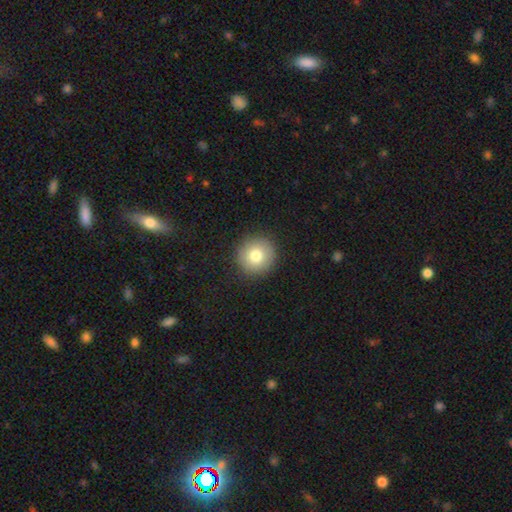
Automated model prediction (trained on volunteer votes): A smooth galaxy with no disk features (79%) that is round (95%).

Vote fractions:
- Smooth or featured? smooth: 79% / featured or disk: 11% / star or artifact: 10%
- How rounded? round: 95% / in between: 4% / cigar-shaped: 1%
- Merging? none: 91% / minor disturbance: 6% / major disturbance: 2% / merger: 1%